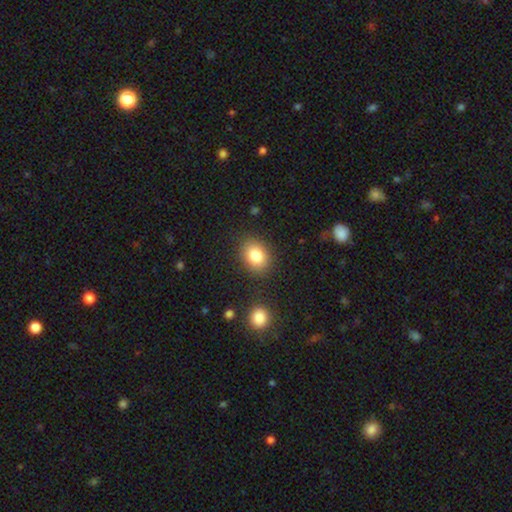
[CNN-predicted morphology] type=smooth (83%); roundness=in between (55%); merging=none (85%).